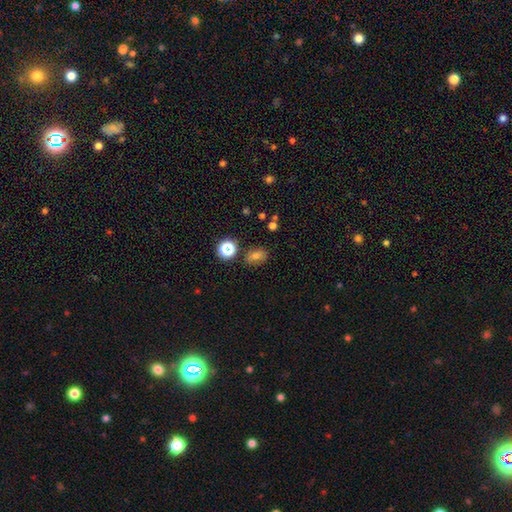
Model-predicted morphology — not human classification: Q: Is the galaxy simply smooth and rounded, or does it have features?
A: smooth — 67%.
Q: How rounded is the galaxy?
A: in between — 62%.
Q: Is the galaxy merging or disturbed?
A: none — 77%.